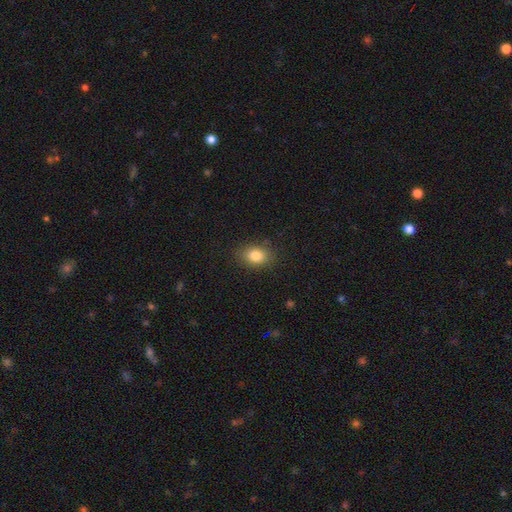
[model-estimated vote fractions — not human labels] Overall: smooth (83%). How rounded: in between (70%). Merging: none (85%).